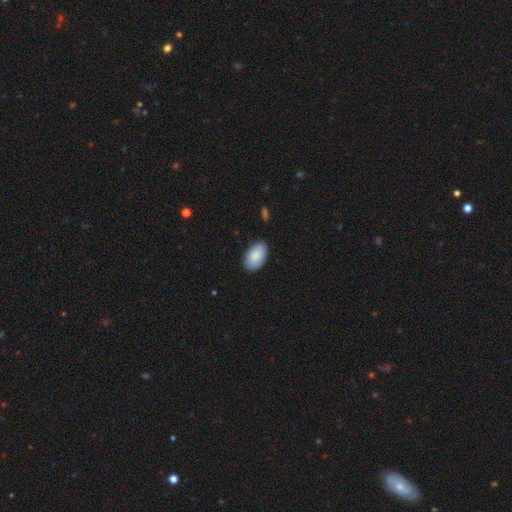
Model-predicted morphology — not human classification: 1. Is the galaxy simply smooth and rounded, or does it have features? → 87% smooth, 7% featured or disk, 6% star or artifact.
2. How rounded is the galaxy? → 94% in between, 5% round, 1% cigar-shaped.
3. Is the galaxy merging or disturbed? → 85% none, 12% minor disturbance, 2% major disturbance, 1% merger.